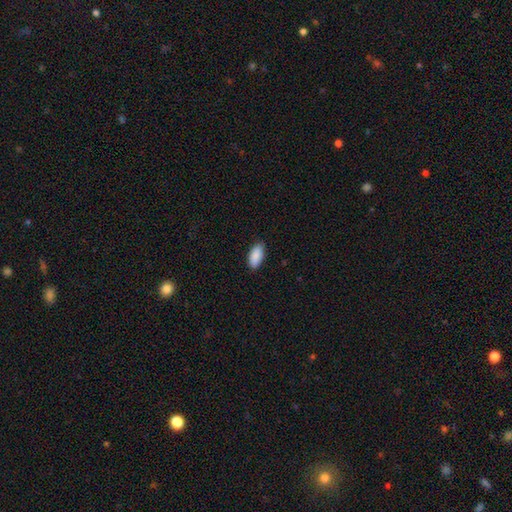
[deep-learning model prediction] smooth 91%, star or artifact 6%, featured or disk 3%. Down the decision tree: how rounded — in between (92%); merging — none (86%).